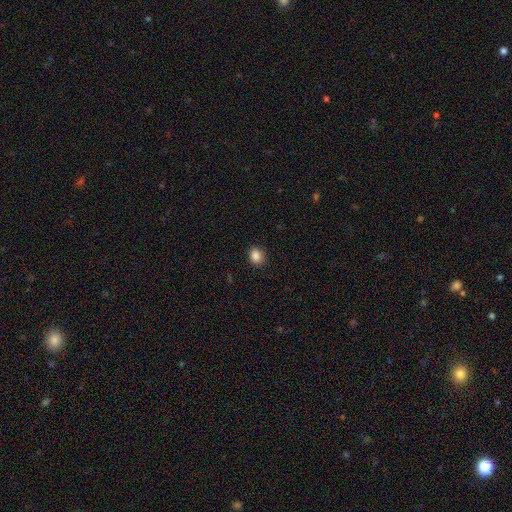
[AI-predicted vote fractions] Q: Smooth or featured?
A: smooth (87%); runner-up: star or artifact (10%)
Q: How rounded?
A: round (55%); runner-up: in between (44%)
Q: Merging?
A: none (87%); runner-up: minor disturbance (10%)